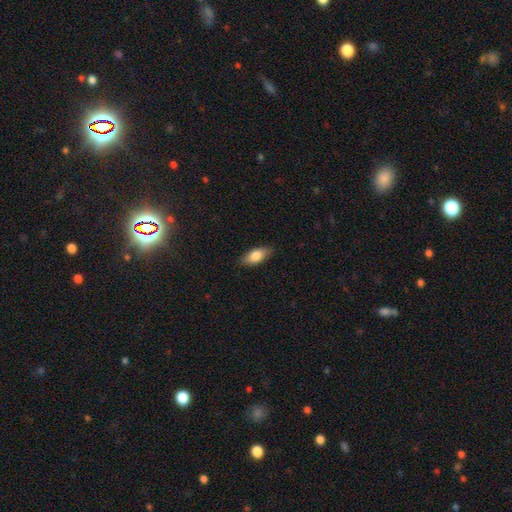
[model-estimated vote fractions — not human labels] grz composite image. It shows a smooth galaxy with no disk features (81%) that is in between round and cigar-shaped (84%). Merging: none (86%).